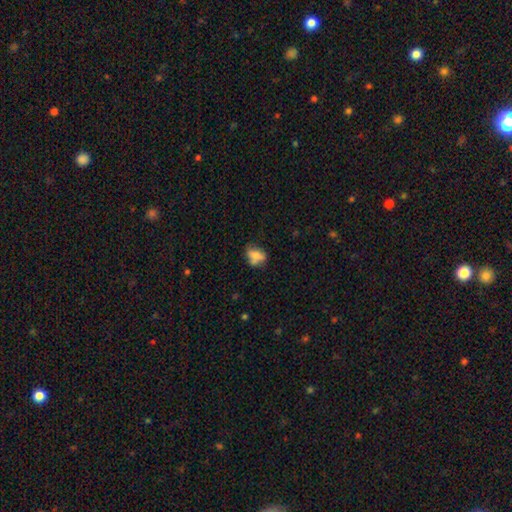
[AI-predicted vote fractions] Morphology: type=smooth (68%); roundness=in between (72%); merging=none (49%).